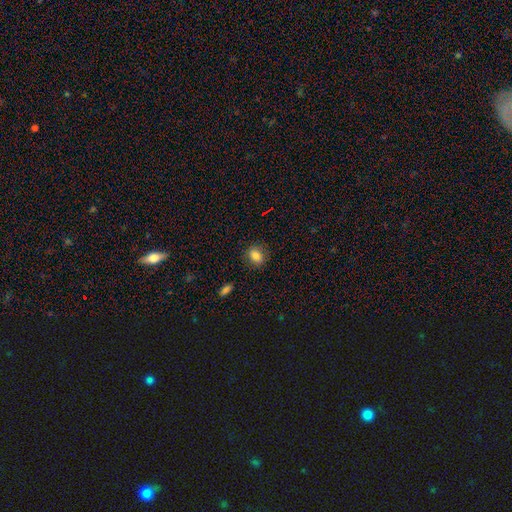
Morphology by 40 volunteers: smooth-or-featured: smooth: 78% | star or artifact: 12% | featured or disk: 10%
  how-rounded: round: 52% | in between: 48% | cigar-shaped: 0%
  merging: none: 80% | minor disturbance: 14% | major disturbance: 6% | merger: 0%